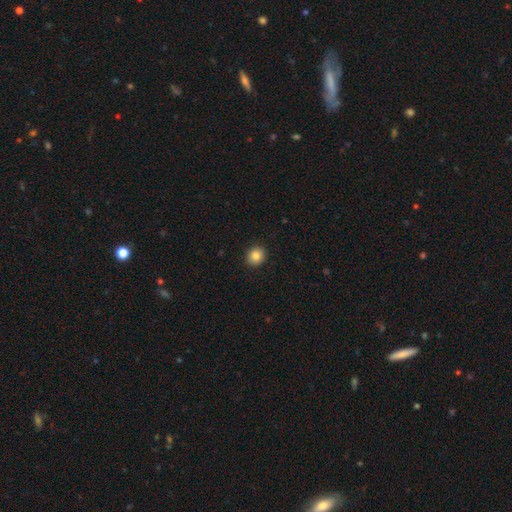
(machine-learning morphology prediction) Smooth or featured? smooth (85%)
How rounded? round (76%)
Merging? none (92%)